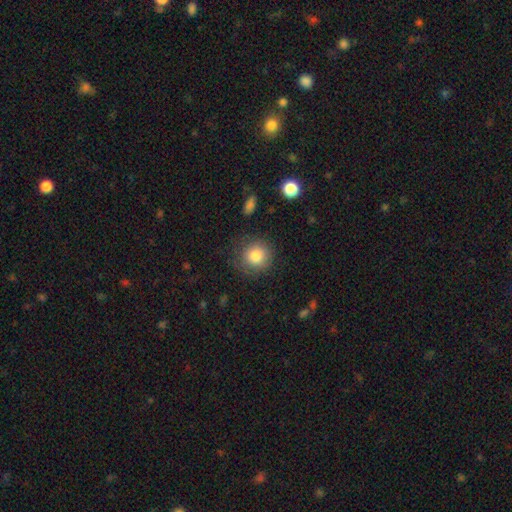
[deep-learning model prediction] This appears to be a smooth galaxy with no disk features (83%) that is round (90%). Merging: none (81%).